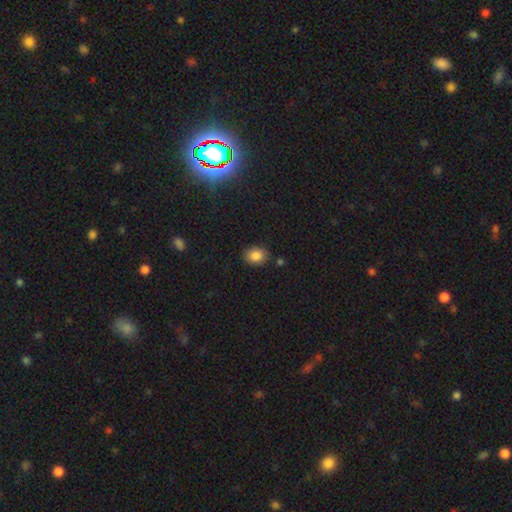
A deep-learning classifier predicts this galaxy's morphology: Q: Smooth or featured?
A: smooth (85%); runner-up: star or artifact (9%)
Q: How rounded?
A: in between (54%); runner-up: round (45%)
Q: Merging?
A: none (83%); runner-up: minor disturbance (11%)